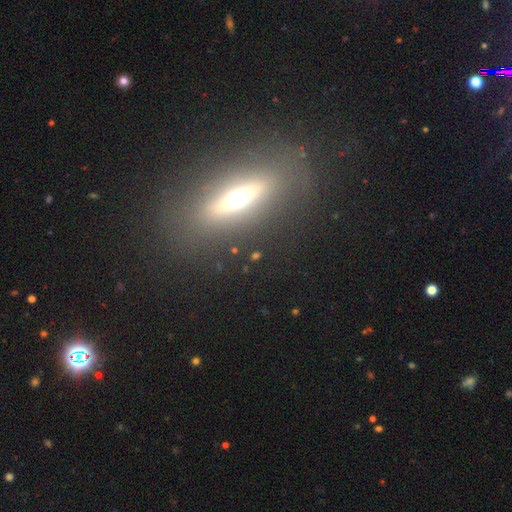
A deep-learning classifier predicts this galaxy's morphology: smooth_or_featured: featured or disk (p=0.49) [alt: smooth p=0.33]
merging: none (p=0.83) [alt: minor disturbance p=0.09]